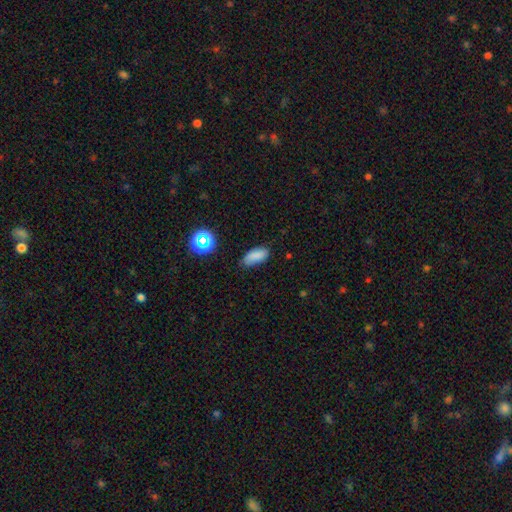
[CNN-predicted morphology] This is clearly a smooth galaxy (81%). How rounded: clearly in between (87%). Merging: likely none (70%).